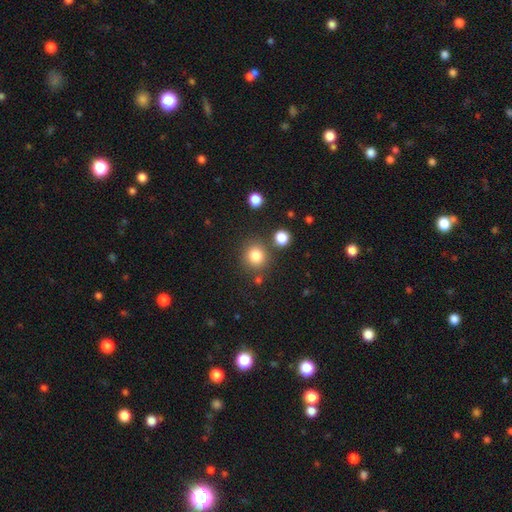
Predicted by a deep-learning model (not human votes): A smooth galaxy with no disk features (82%) that is round (89%). Merging: none (80%).